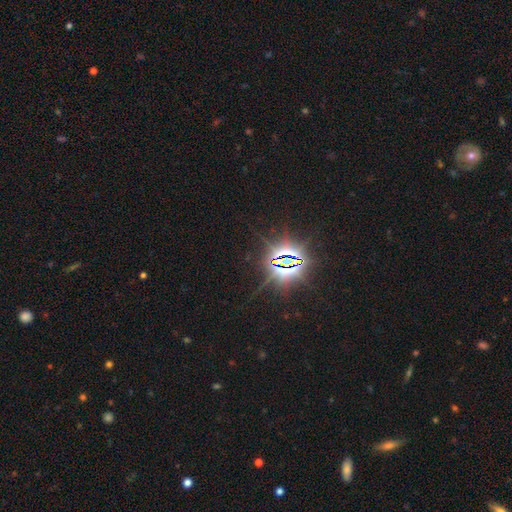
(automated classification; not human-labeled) This appears to be a star or artifact, not a galaxy (86%).